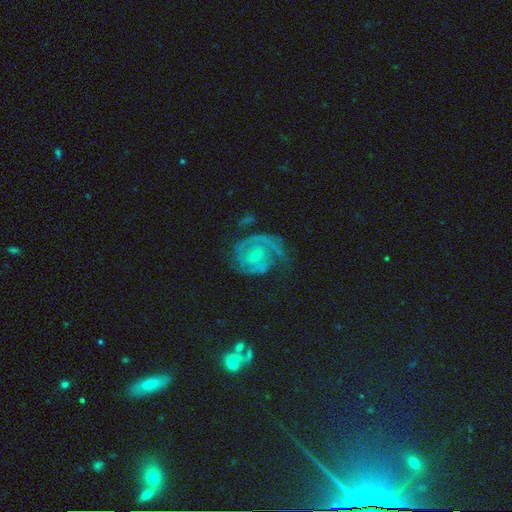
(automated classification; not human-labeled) Q: Smooth or featured?
A: featured or disk (82%); runner-up: smooth (9%)
Q: Edge-on disk?
A: no (98%); runner-up: yes (2%)
Q: Bar?
A: no (65%); runner-up: weak (28%)
Q: Spiral arms?
A: yes (94%); runner-up: no (6%)
Q: Spiral winding?
A: tight (54%); runner-up: medium (35%)
Q: Spiral arm count?
A: 2 (49%); runner-up: can't tell (18%)
Q: Bulge size?
A: small (75%); runner-up: moderate (21%)
Q: Merging?
A: none (56%); runner-up: minor disturbance (22%)